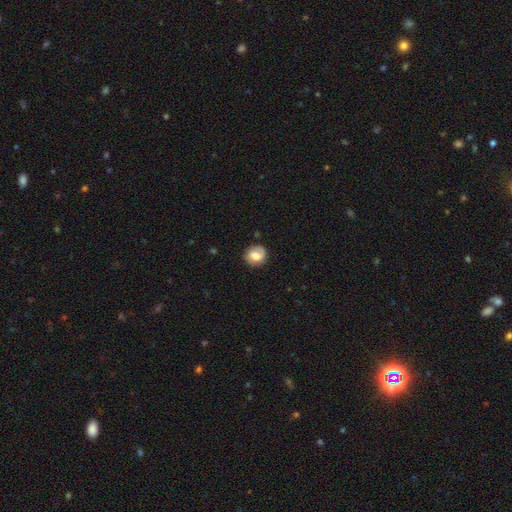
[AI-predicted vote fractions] This appears to be a smooth galaxy with no disk features (57%) that is round (78%). Merging: none (77%).